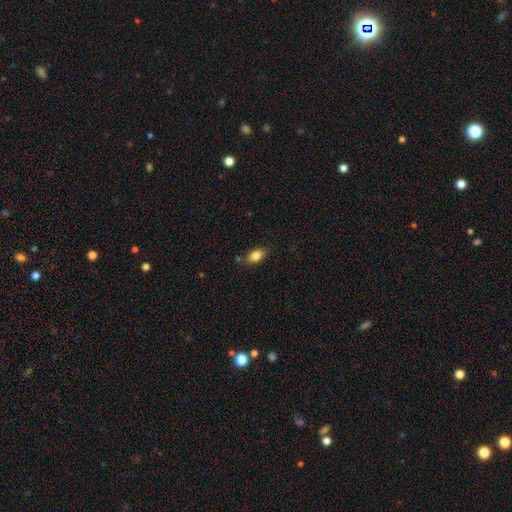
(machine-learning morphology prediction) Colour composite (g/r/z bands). It shows a smooth galaxy with no disk features (83%) that is in between round and cigar-shaped (88%). Merging: none (79%).